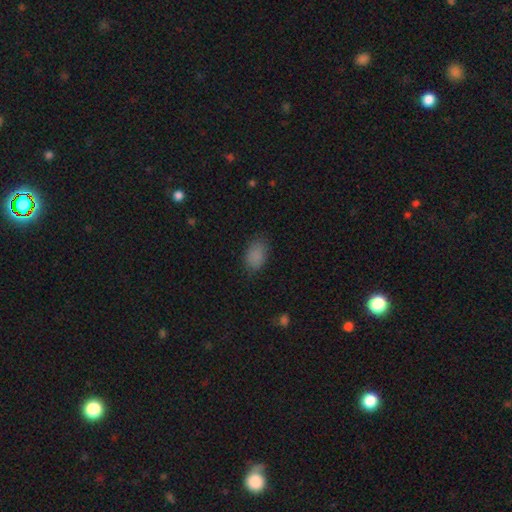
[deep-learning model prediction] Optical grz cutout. It shows a smooth galaxy with no disk features (86%) that is in between round and cigar-shaped (90%). Merging: none (79%).